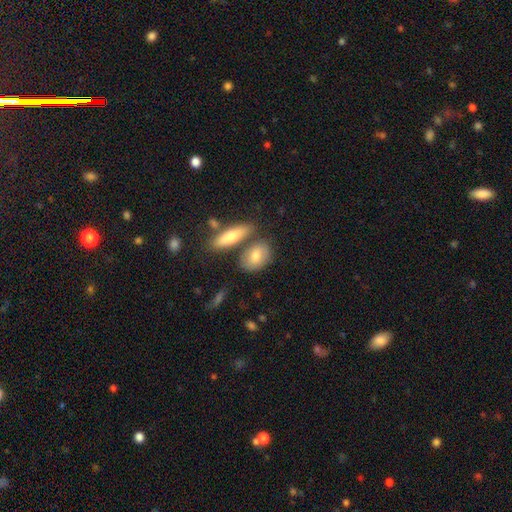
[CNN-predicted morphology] Q: Smooth or featured?
A: smooth (76%); runner-up: featured or disk (18%)
Q: How rounded?
A: in between (77%); runner-up: round (17%)
Q: Merging?
A: none (60%); runner-up: merger (22%)